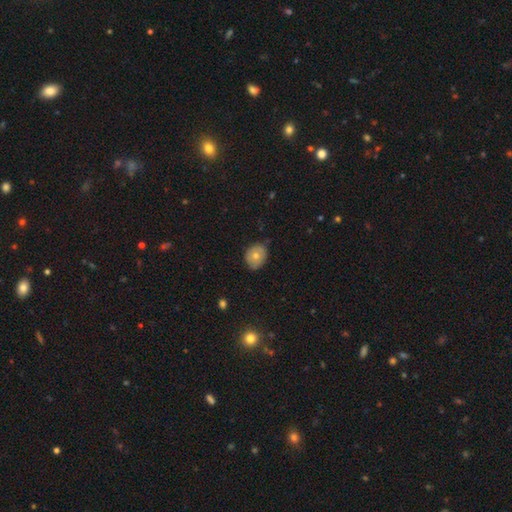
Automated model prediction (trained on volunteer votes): Morphology: type=smooth (70%); roundness=round (52%); merging=none (75%).